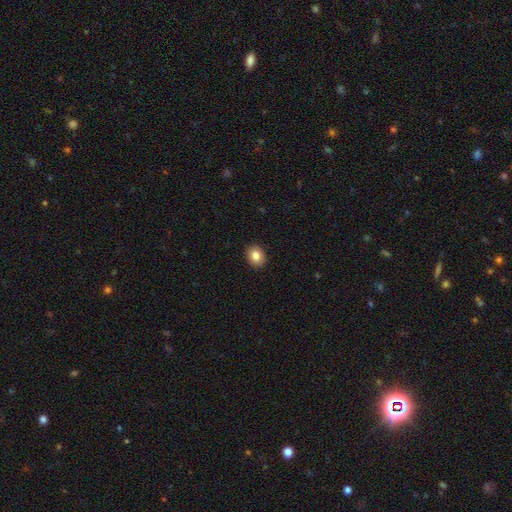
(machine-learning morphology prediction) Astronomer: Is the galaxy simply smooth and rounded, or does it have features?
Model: smooth — 84%.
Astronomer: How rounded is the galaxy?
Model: round — 53% (runner-up: in between, 46%).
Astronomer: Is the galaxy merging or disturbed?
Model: none — 91%.